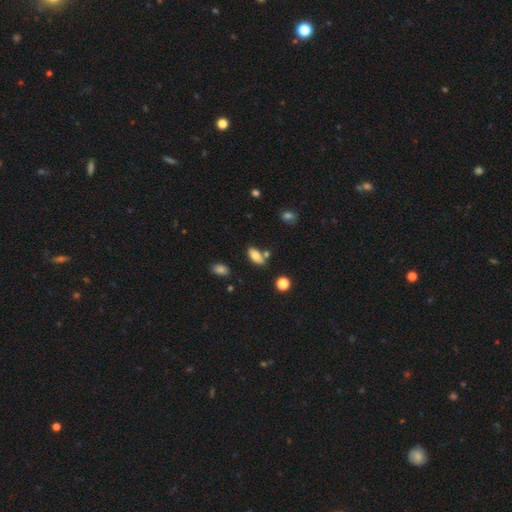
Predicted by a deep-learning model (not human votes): This is likely a smooth galaxy (76%). How rounded: clearly in between (88%). Merging: likely none (67%).